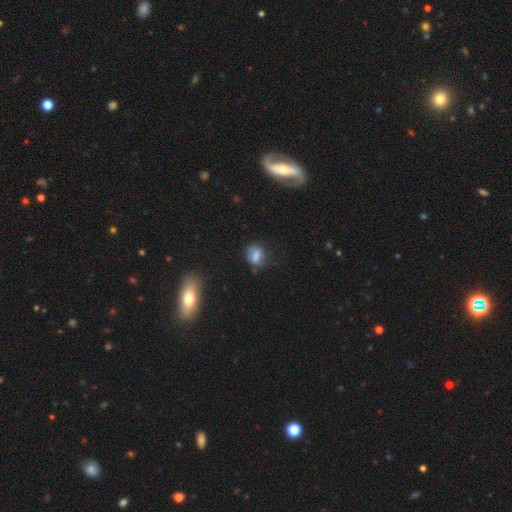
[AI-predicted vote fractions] Smooth or featured: smooth — 67% (featured or disk — 20%)
How rounded: in between — 55% (round — 41%)
Merging: none — 56% (minor disturbance — 28%)